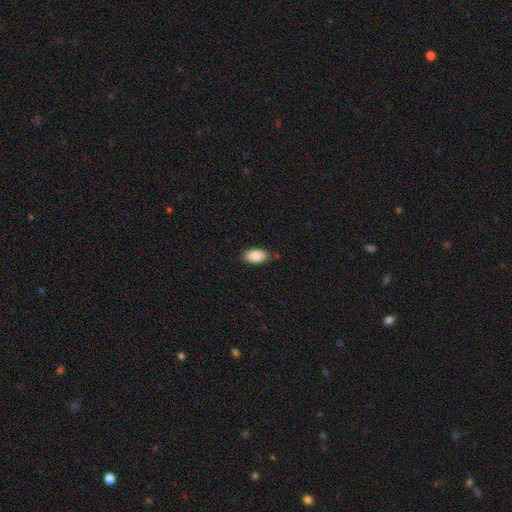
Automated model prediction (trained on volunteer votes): Overall: smooth (86%). How rounded: in between (93%). Merging: none (84%).